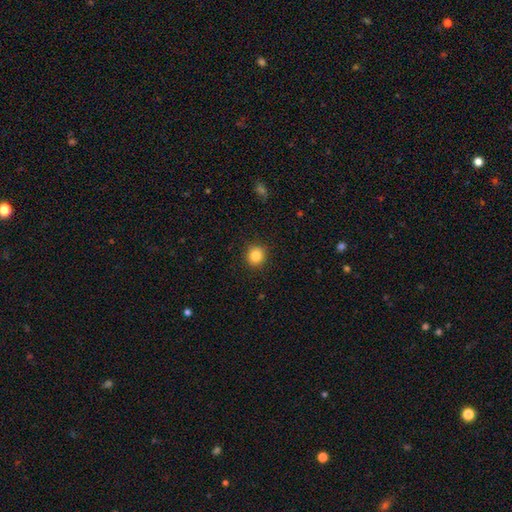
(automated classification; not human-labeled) Smooth or featured? Predicted: smooth (p=0.84). How rounded? Predicted: round (p=0.91). Merging? Predicted: none (p=0.91).